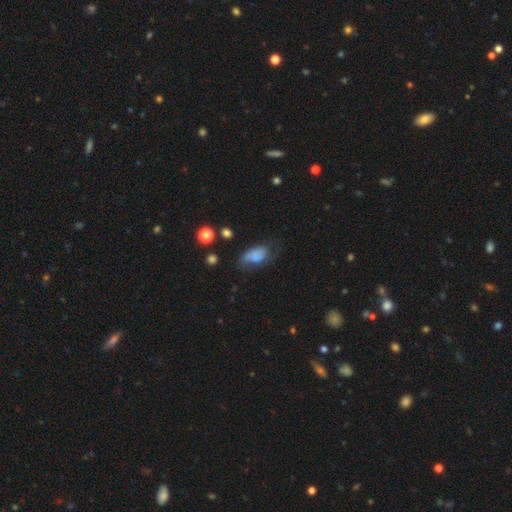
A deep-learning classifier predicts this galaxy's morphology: A smooth galaxy with no disk features (70%) that is in between round and cigar-shaped (90%). Merging: none (38%).